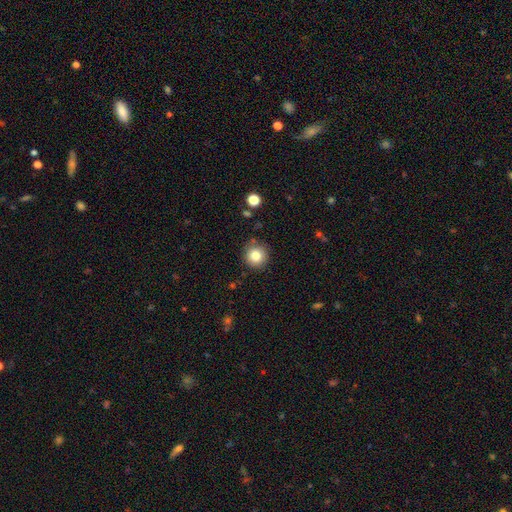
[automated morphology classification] type=smooth (82%); roundness=round (94%); merging=none (86%).